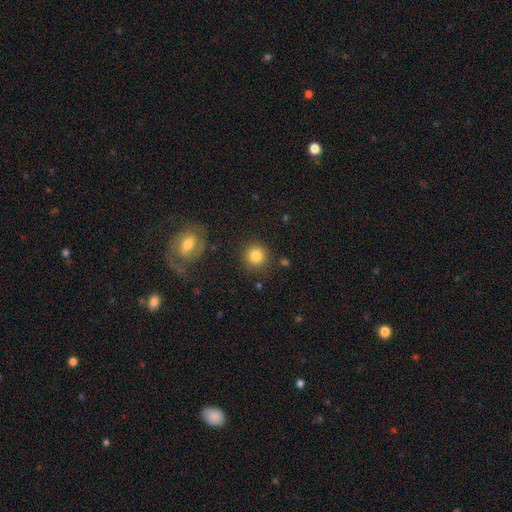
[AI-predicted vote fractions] smooth 83%, star or artifact 10%, featured or disk 6%. Down the decision tree: how rounded — round (92%); merging — none (87%).